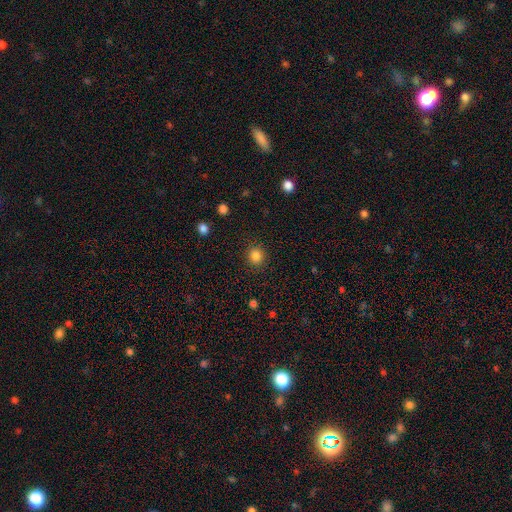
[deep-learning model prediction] Smooth or featured?
  - smooth: 85% *
  - star or artifact: 11%
  - featured or disk: 4%
How rounded?
  - round: 84% *
  - in between: 16%
  - cigar-shaped: 1%
Merging?
  - none: 90% *
  - minor disturbance: 6%
  - major disturbance: 3%
  - merger: 1%